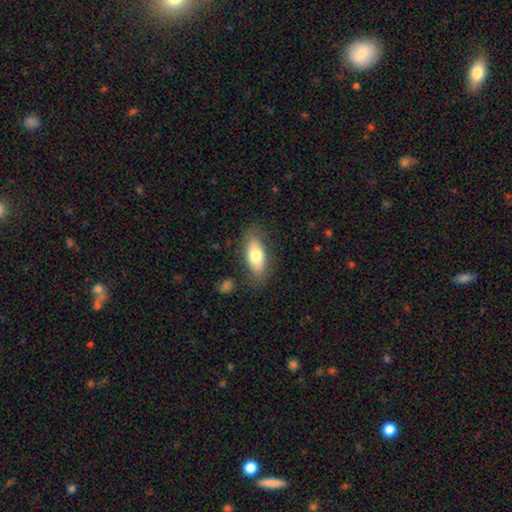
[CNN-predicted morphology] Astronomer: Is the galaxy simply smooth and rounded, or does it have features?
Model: smooth — 70%.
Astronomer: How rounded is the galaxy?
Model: in between — 85%.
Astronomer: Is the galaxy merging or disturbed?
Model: none — 77%.